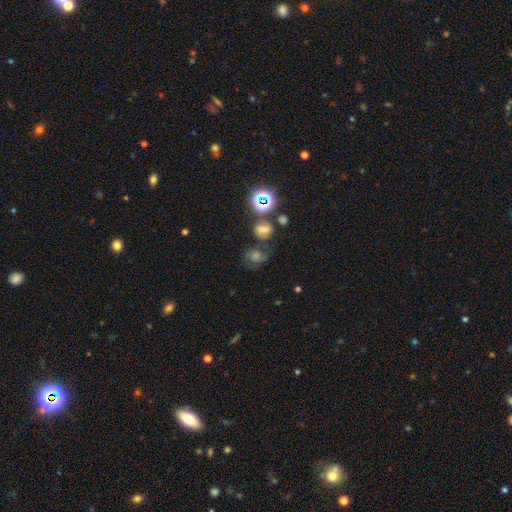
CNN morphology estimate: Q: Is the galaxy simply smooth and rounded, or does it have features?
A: star or artifact — 43%.